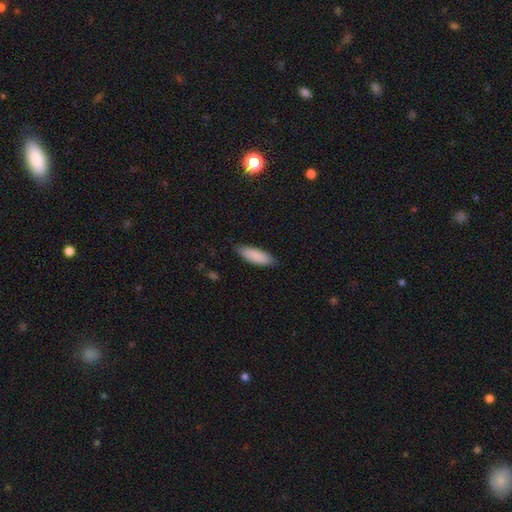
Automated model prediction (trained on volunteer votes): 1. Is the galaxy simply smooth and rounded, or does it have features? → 88% smooth, 7% featured or disk, 5% star or artifact.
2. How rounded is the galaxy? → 58% in between, 41% cigar-shaped, 1% round.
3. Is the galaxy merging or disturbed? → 81% none, 16% minor disturbance, 2% major disturbance, 1% merger.